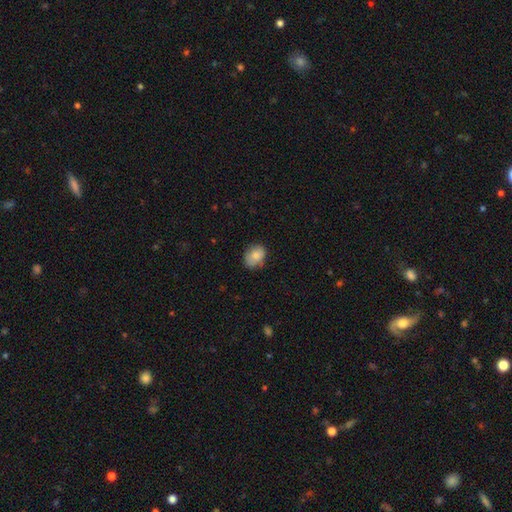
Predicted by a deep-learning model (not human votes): smooth 82%, featured or disk 10%, star or artifact 8%. Down the decision tree: how rounded — in between (68%); merging — none (73%).